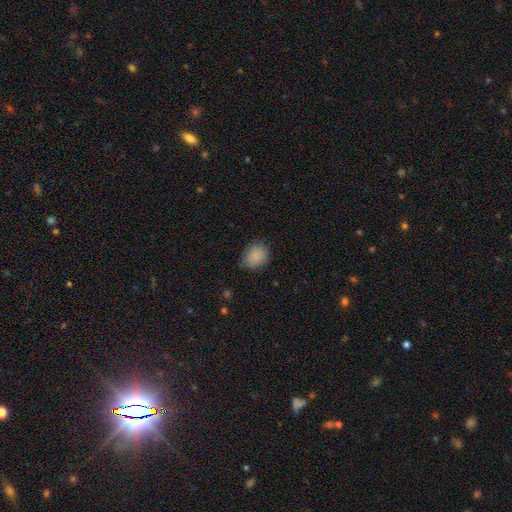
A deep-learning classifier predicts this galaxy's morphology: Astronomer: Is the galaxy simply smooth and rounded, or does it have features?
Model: smooth — 86%.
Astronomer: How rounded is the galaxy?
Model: round — 51% (runner-up: in between, 48%).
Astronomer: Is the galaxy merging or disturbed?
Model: none — 77%.